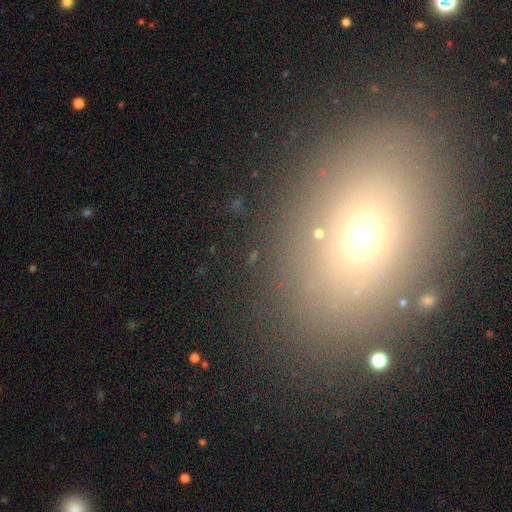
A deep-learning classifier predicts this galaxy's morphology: This is possibly a smooth galaxy (58%). How rounded: likely in between (65%). Merging: clearly none (82%).